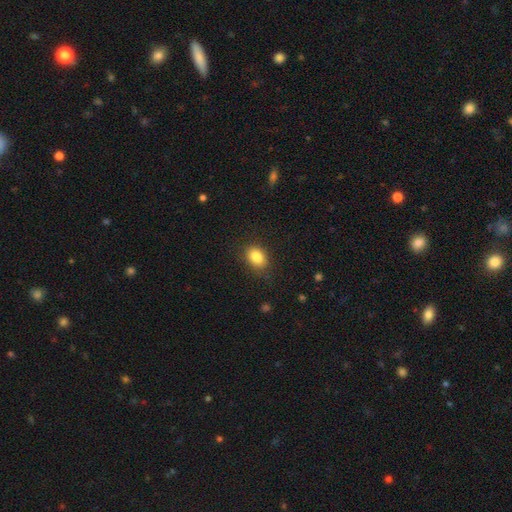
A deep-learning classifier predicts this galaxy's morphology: Smooth or featured: smooth — 85% (star or artifact — 9%)
How rounded: in between — 68% (round — 30%)
Merging: none — 82% (minor disturbance — 13%)